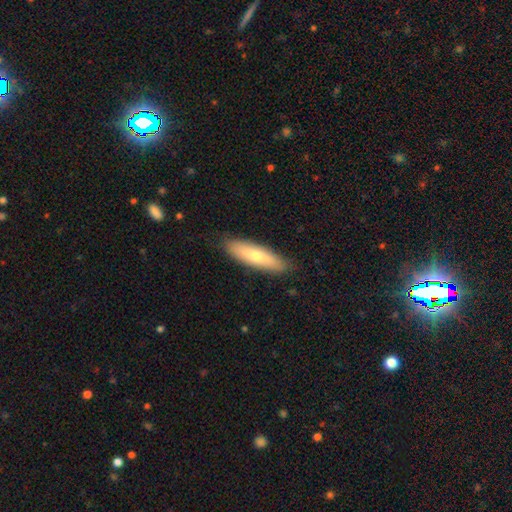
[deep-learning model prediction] Smooth or featured?
  - smooth: 63% *
  - featured or disk: 31%
  - star or artifact: 6%
How rounded?
  - cigar-shaped: 61% *
  - in between: 37%
  - round: 2%
Merging?
  - none: 86% *
  - minor disturbance: 11%
  - major disturbance: 2%
  - merger: 1%